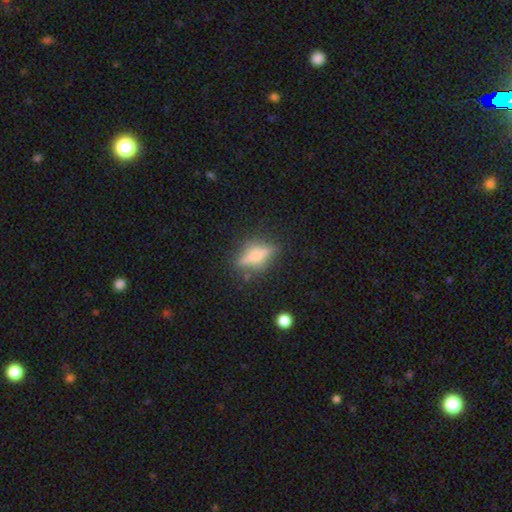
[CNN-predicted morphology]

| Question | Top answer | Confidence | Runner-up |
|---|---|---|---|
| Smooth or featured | featured or disk | 56% | smooth (34%) |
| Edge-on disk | yes | 88% | no (12%) |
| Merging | none | 79% | minor disturbance (14%) |